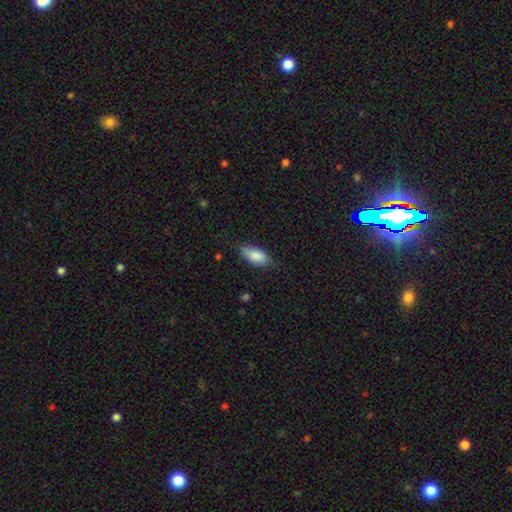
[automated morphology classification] A smooth galaxy with no disk features (84%) that is in between round and cigar-shaped (89%).

Vote fractions:
- Smooth or featured? smooth: 84% / featured or disk: 10% / star or artifact: 6%
- How rounded? in between: 89% / cigar-shaped: 8% / round: 3%
- Merging? none: 68% / minor disturbance: 25% / major disturbance: 5% / merger: 1%